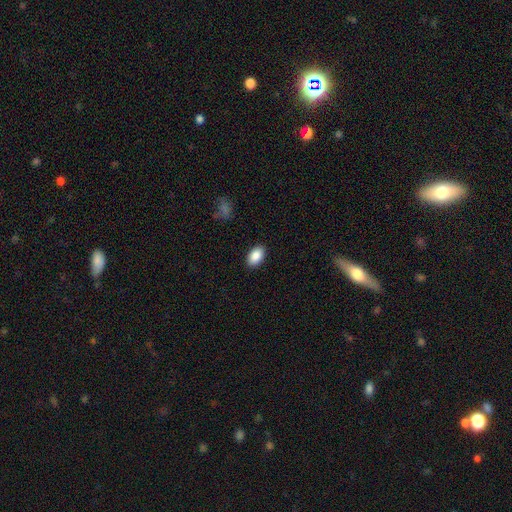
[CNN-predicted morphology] A smooth galaxy with no disk features (88%) that is in between round and cigar-shaped (92%). Merging: none (89%).